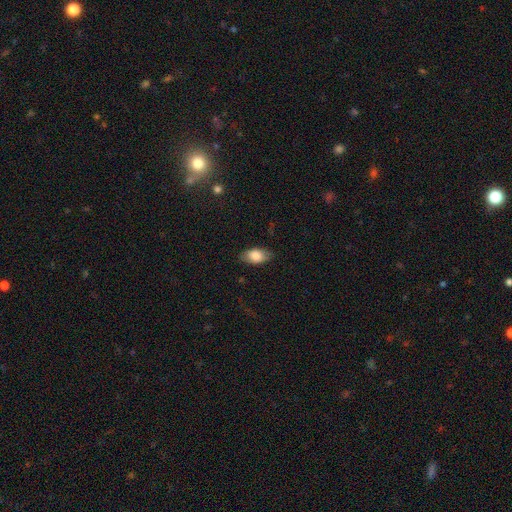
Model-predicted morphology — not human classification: smooth-or-featured: smooth: 82% | featured or disk: 11% | star or artifact: 7%
  how-rounded: in between: 90% | round: 7% | cigar-shaped: 3%
  merging: none: 80% | minor disturbance: 15% | major disturbance: 4% | merger: 1%